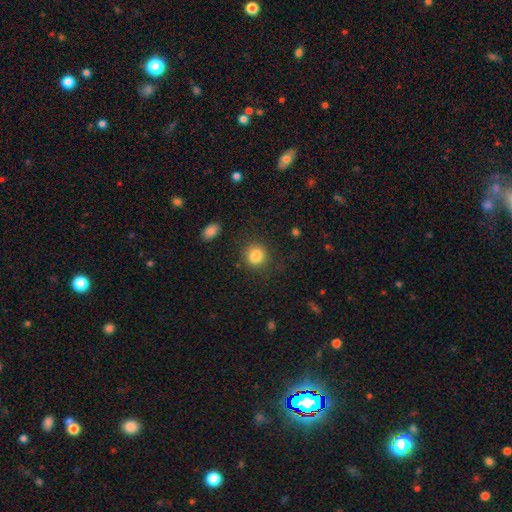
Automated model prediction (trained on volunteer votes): Smooth or featured: smooth — 85% (star or artifact — 10%)
How rounded: round — 81% (in between — 18%)
Merging: none — 83% (minor disturbance — 11%)